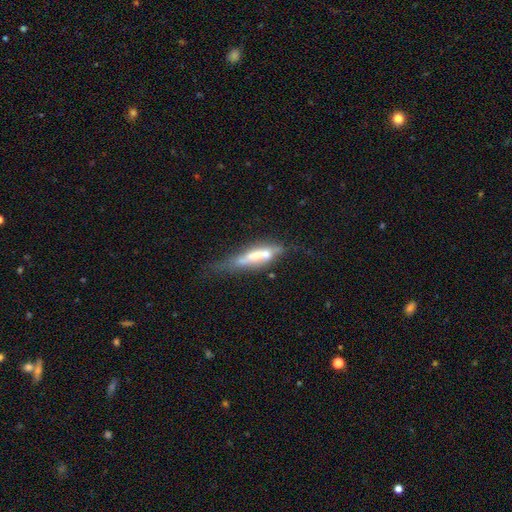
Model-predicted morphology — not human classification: A featured or disk galaxy (53%) viewed edge-on (64%). Merging: none (38%).